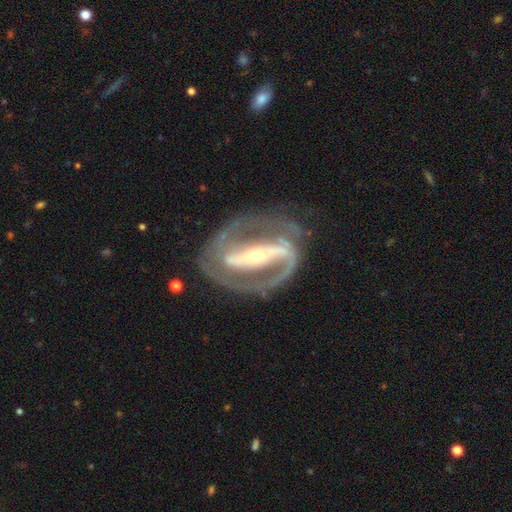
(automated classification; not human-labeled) Smooth or featured: featured or disk — 91% (star or artifact — 5%)
Edge-on disk: no — 93% (yes — 7%)
Bar: strong — 79% (weak — 13%)
Spiral arms: yes — 93% (no — 7%)
Spiral winding: medium — 47% (tight — 38%)
Spiral arm count: 2 — 88% (1 — 4%)
Bulge size: small — 66% (moderate — 29%)
Merging: none — 72% (minor disturbance — 15%)